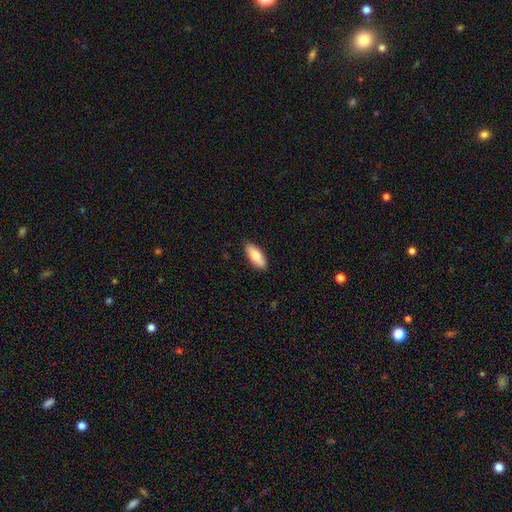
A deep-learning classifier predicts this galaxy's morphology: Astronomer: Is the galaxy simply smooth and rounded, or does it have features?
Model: smooth — 81%.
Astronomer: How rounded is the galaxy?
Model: in between — 73%.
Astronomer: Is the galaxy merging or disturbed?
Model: none — 89%.